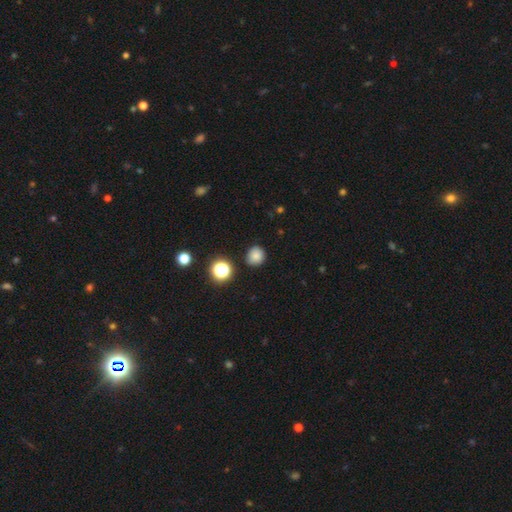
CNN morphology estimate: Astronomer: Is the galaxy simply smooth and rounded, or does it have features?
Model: smooth — 81%.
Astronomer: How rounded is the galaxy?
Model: round — 86%.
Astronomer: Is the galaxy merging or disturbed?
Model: none — 85%.